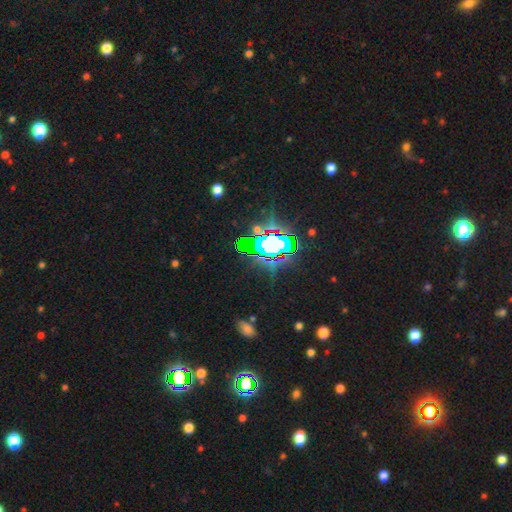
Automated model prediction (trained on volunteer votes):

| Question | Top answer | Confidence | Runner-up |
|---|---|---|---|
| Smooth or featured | star or artifact | 81% | smooth (11%) |